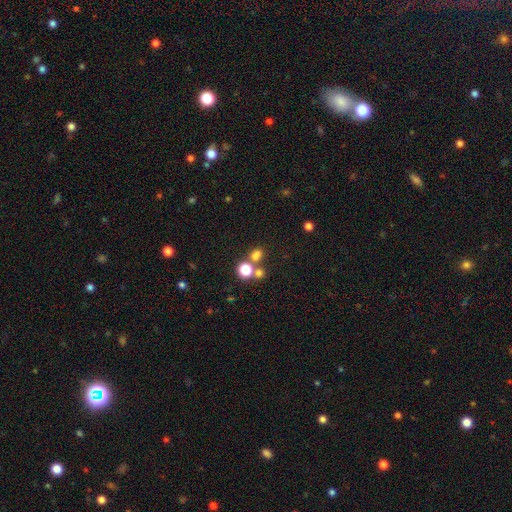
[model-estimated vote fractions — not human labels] Q: Smooth or featured?
A: smooth (69%); runner-up: star or artifact (23%)
Q: How rounded?
A: round (64%); runner-up: in between (35%)
Q: Merging?
A: none (57%); runner-up: merger (30%)